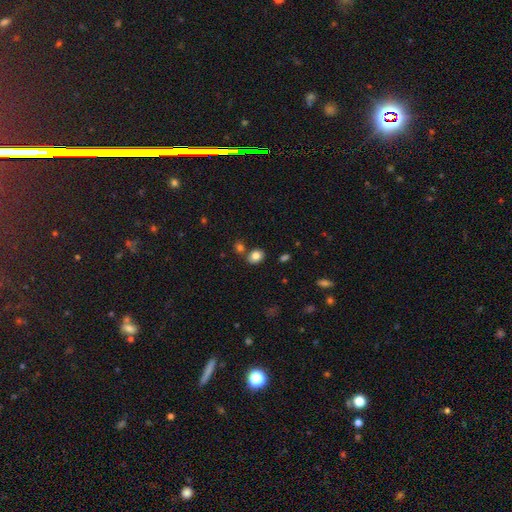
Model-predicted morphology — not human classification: This appears to be a smooth galaxy with no disk features (81%) that is in between round and cigar-shaped (59%). Merging: none (73%).